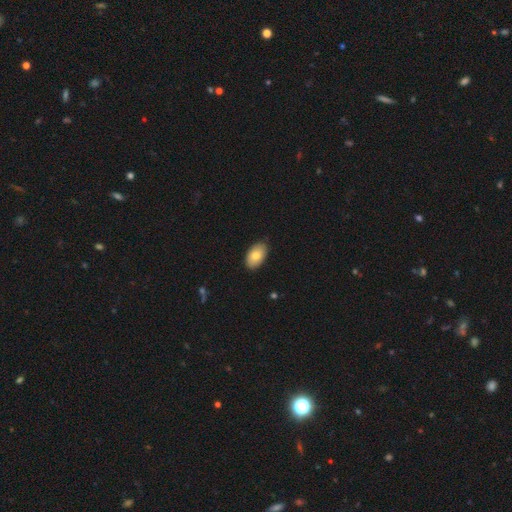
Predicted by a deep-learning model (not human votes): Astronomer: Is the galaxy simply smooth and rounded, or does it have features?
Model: smooth — 79%.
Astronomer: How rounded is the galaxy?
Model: in between — 93%.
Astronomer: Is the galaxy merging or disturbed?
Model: none — 86%.